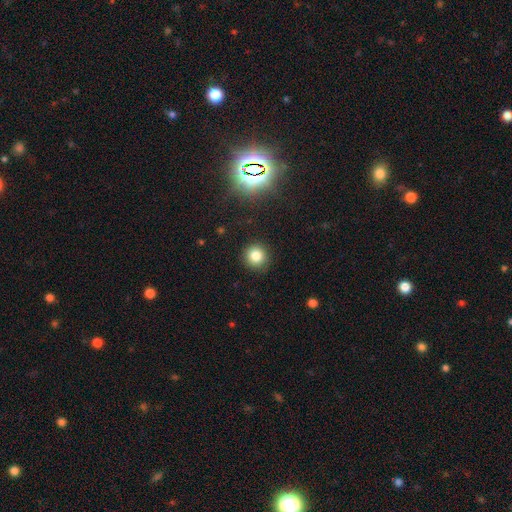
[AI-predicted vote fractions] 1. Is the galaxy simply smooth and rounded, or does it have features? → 81% smooth, 13% star or artifact, 6% featured or disk.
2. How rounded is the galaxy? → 93% round, 6% in between, 1% cigar-shaped.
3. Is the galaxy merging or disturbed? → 89% none, 7% minor disturbance, 2% major disturbance, 1% merger.